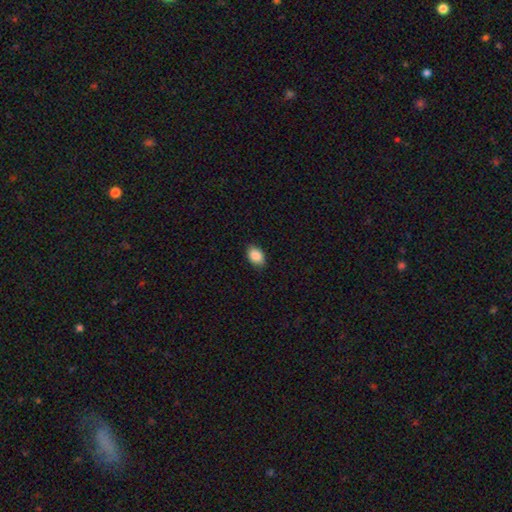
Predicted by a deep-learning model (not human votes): Smooth or featured: smooth — 89% (star or artifact — 7%)
How rounded: in between — 85% (round — 14%)
Merging: none — 86% (minor disturbance — 11%)